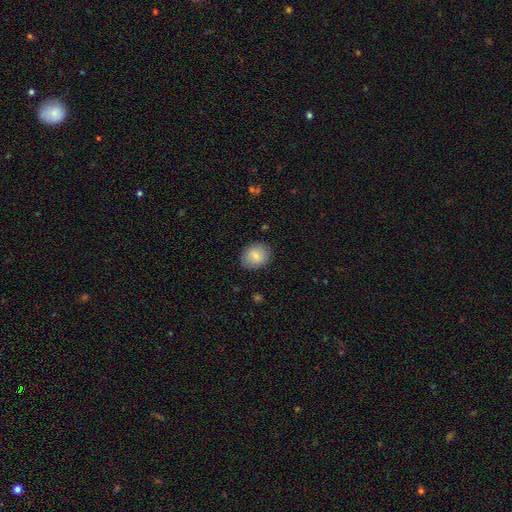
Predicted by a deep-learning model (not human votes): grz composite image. It shows a smooth galaxy with no disk features (79%) that is round (58%). Merging: none (84%).